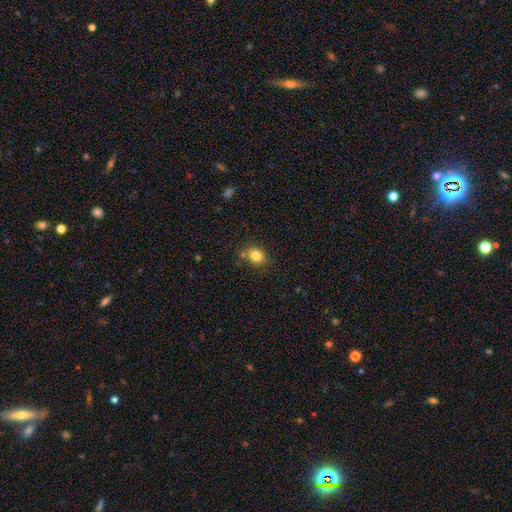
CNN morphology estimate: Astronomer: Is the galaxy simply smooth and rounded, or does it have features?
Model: smooth — 83%.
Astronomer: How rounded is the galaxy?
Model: in between — 54% (runner-up: round, 45%).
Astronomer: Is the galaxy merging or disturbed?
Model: none — 74%.